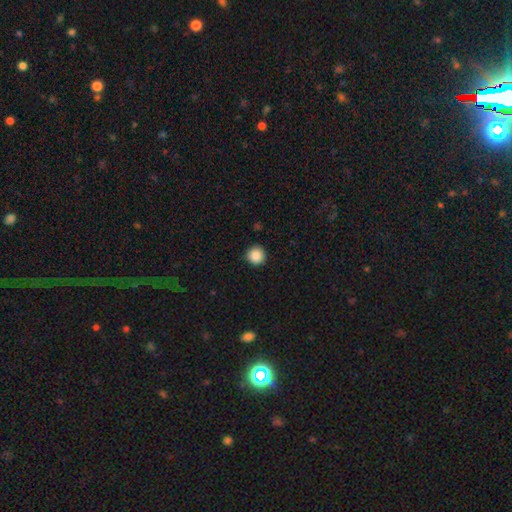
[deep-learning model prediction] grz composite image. It shows a smooth galaxy with no disk features (88%) that is round (95%). Merging: none (90%).